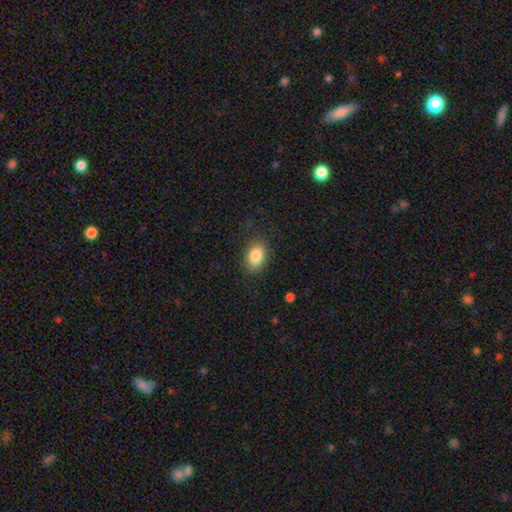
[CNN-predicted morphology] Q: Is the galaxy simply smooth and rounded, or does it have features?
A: smooth — 85%.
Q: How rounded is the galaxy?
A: in between — 87%.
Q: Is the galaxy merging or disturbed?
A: none — 82%.